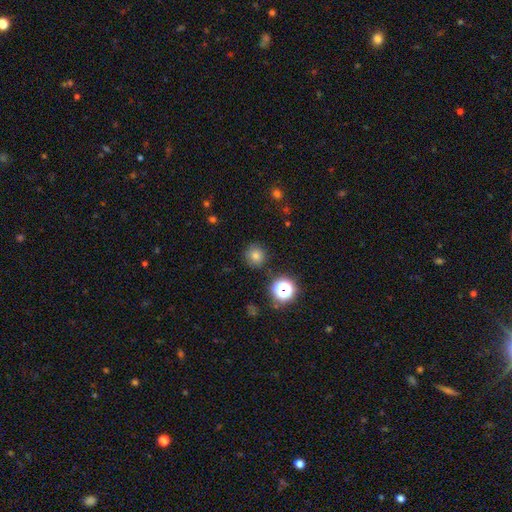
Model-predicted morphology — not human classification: A smooth galaxy with no disk features (75%) that is round (92%). Merging: none (86%).